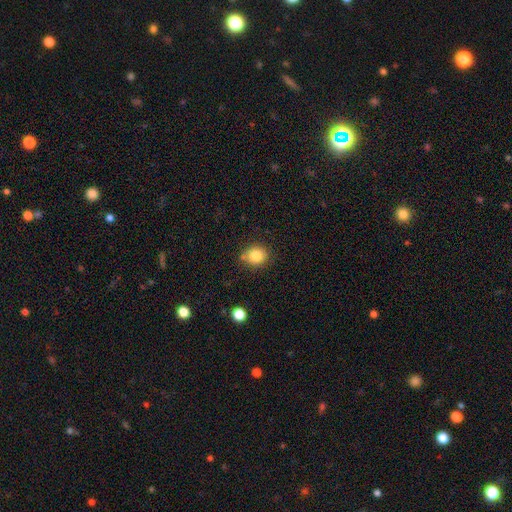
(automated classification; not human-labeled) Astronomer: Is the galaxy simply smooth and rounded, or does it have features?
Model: smooth — 82%.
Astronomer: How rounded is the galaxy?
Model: round — 74%.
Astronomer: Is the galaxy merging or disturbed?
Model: none — 75%.